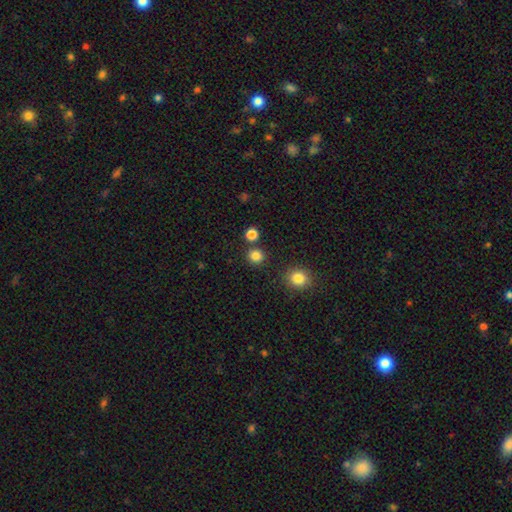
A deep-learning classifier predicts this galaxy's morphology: Smooth or featured?
  - smooth: 83% *
  - star or artifact: 14%
  - featured or disk: 4%
How rounded?
  - round: 91% *
  - in between: 8%
  - cigar-shaped: 1%
Merging?
  - none: 86% *
  - merger: 6%
  - minor disturbance: 6%
  - major disturbance: 2%